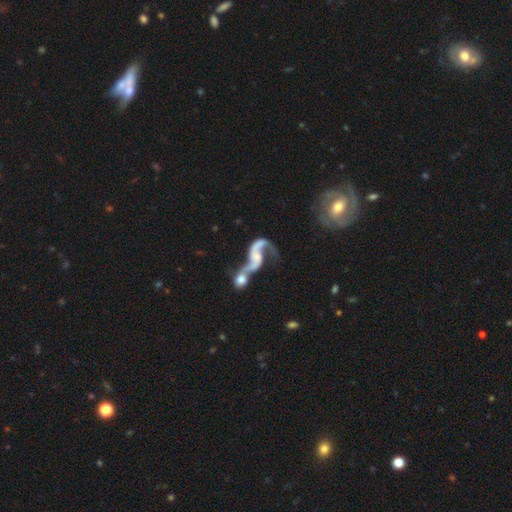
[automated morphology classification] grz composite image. It shows a featured or disk galaxy (83%) with no bar (51%), 2 (83%) loose (79%) spiral arms (92%) and a small central bulge (36%). Merging: merger (64%).